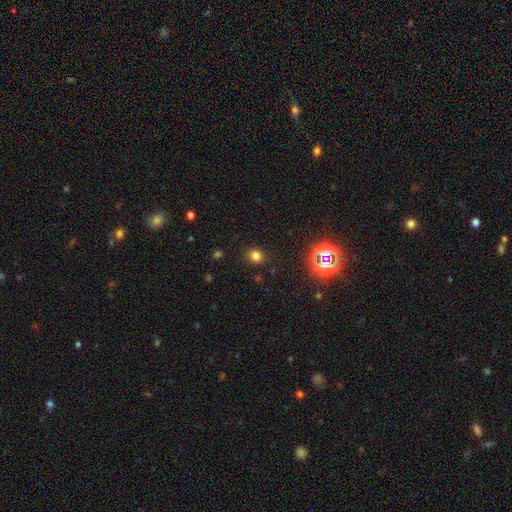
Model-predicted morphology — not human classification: Smooth or featured? Predicted: smooth (p=0.75). How rounded? Predicted: round (p=0.78). Merging? Predicted: none (p=0.84).